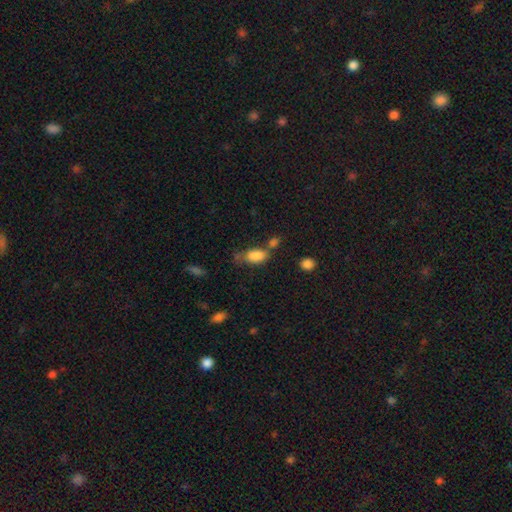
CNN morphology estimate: Smooth or featured? Predicted: smooth (p=0.84). How rounded? Predicted: in between (p=0.90). Merging? Predicted: none (p=0.45).